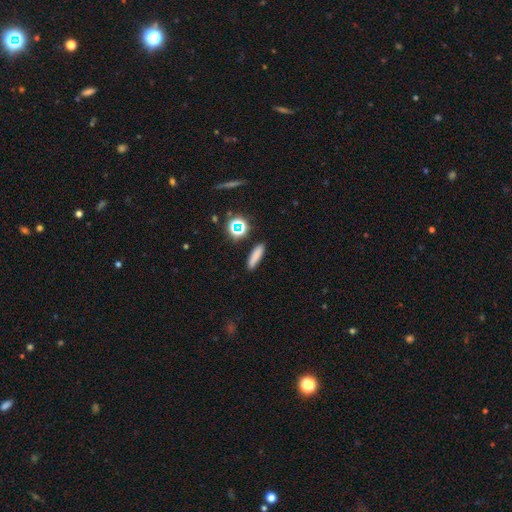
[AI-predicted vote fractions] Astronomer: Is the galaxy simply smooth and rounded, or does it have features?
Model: smooth — 78%.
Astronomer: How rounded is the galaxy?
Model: cigar-shaped — 70%.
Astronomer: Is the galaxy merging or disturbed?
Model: none — 87%.